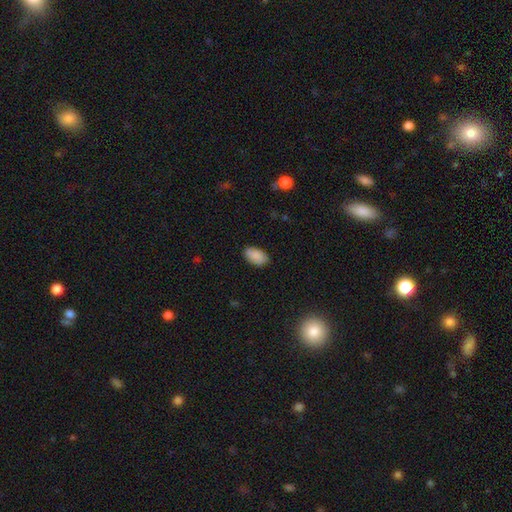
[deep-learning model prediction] This appears to be a smooth galaxy with no disk features (89%) that is in between round and cigar-shaped (94%). Merging: none (86%).